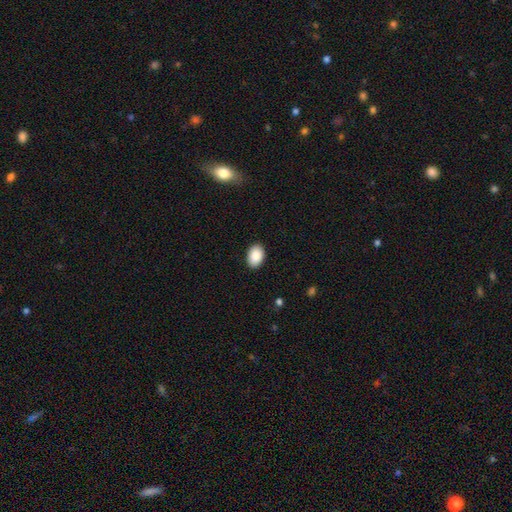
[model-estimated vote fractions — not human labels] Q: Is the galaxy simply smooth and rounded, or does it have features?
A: smooth — 88%.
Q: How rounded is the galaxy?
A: in between — 84%.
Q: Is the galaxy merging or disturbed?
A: none — 90%.